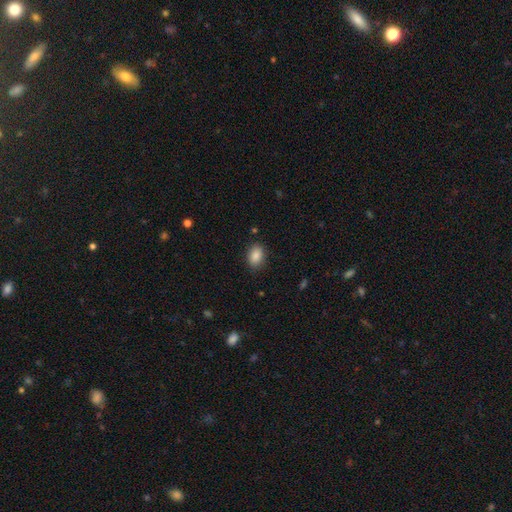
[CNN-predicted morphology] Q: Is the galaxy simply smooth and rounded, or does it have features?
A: smooth — 87%.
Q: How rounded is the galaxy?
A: in between — 80%.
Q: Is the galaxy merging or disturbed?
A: none — 86%.